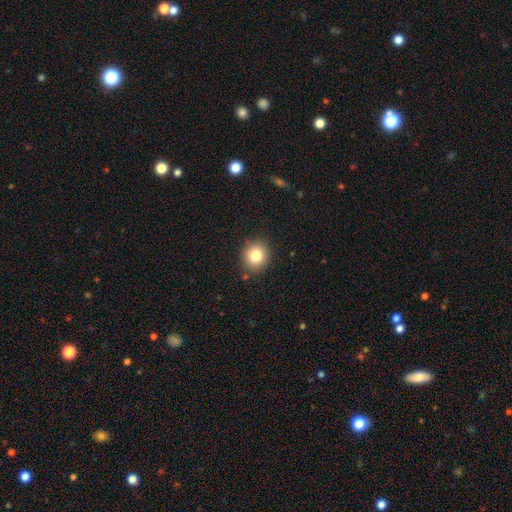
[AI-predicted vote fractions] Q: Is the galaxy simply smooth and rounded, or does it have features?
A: smooth — 82%.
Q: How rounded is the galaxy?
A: round — 86%.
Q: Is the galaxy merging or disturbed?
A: none — 89%.